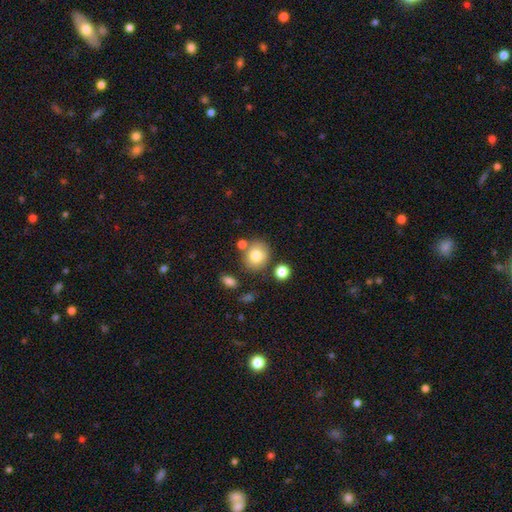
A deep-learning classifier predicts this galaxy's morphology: This is likely a smooth galaxy (78%). How rounded: likely round (75%). Merging: likely none (73%).